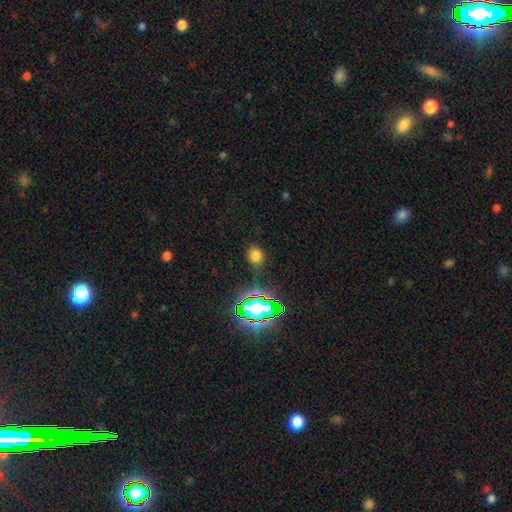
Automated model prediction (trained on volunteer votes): smooth_or_featured: smooth (p=0.69) [alt: star or artifact p=0.25]
how_rounded: round (p=0.76) [alt: in between p=0.23]
merging: none (p=0.80) [alt: minor disturbance p=0.13]